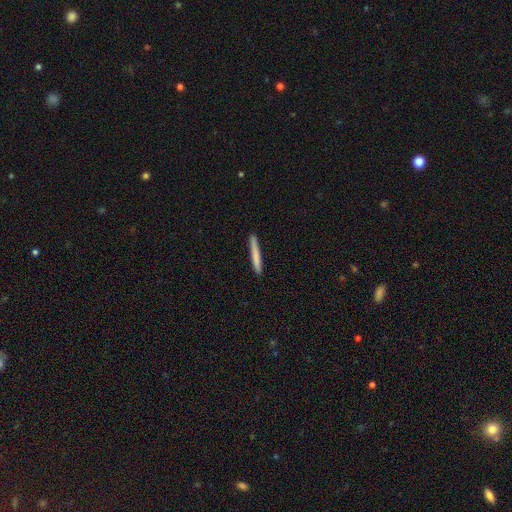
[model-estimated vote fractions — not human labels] smooth_or_featured: smooth (p=0.76) [alt: featured or disk p=0.18]
how_rounded: cigar-shaped (p=0.97) [alt: in between p=0.02]
merging: none (p=0.91) [alt: minor disturbance p=0.07]